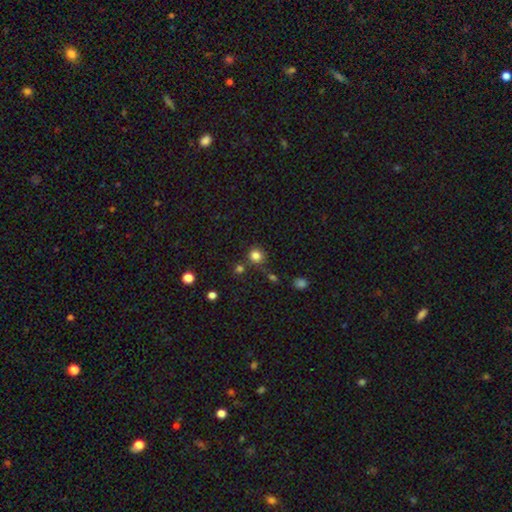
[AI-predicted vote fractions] The model was most divided on "merging": none: 74%, minor disturbance: 12%, merger: 10%, major disturbance: 4%. More confident: how rounded — round (90%); smooth or featured — smooth (81%).